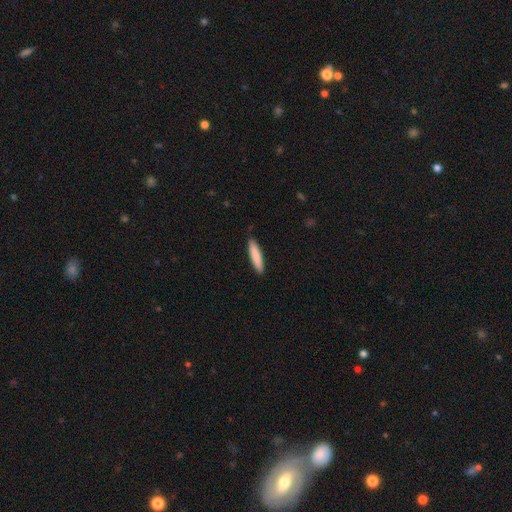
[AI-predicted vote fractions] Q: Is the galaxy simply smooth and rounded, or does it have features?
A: smooth — 85%.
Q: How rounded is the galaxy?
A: cigar-shaped — 85%.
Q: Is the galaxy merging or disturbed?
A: none — 89%.